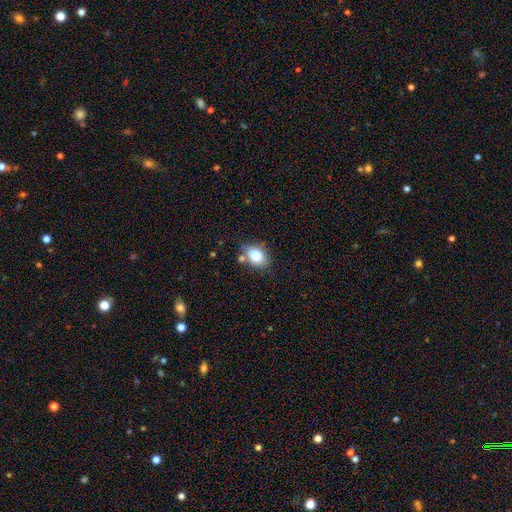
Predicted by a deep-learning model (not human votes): This is likely a smooth galaxy (80%). How rounded: likely in between (69%). Merging: likely none (66%).